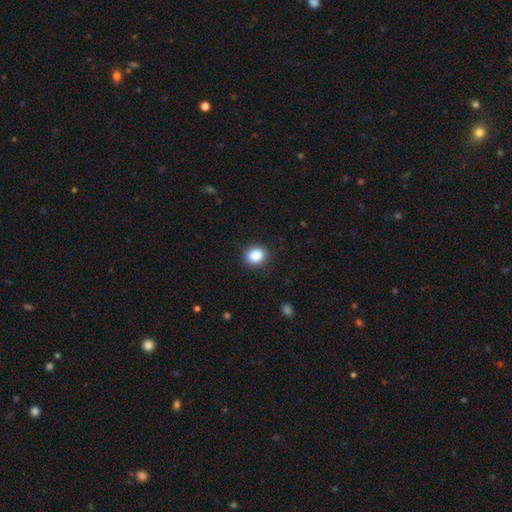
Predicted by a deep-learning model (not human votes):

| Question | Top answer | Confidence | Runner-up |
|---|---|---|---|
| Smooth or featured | smooth | 87% | star or artifact (10%) |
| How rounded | round | 63% | in between (37%) |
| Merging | none | 89% | minor disturbance (8%) |